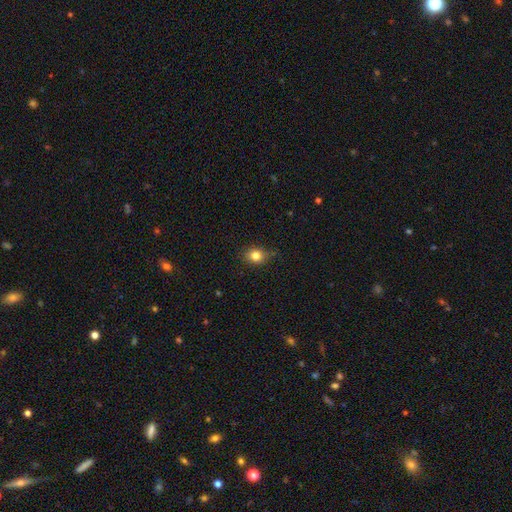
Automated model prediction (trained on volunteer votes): Smooth or featured: smooth — 80% (star or artifact — 12%)
How rounded: round — 64% (in between — 35%)
Merging: none — 74% (minor disturbance — 21%)